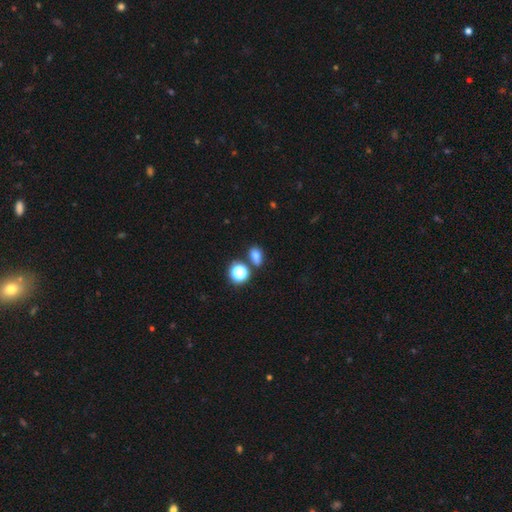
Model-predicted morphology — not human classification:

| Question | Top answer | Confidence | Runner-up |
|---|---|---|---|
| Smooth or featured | smooth | 73% | star or artifact (18%) |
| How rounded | in between | 67% | round (31%) |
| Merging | none | 73% | minor disturbance (12%) |